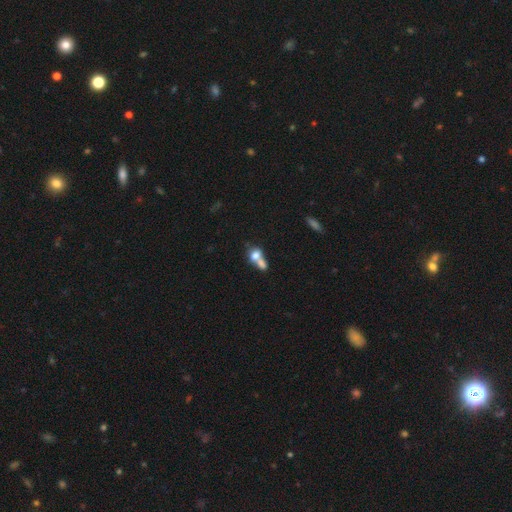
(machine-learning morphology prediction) smooth 70%, featured or disk 20%, star or artifact 10%. Down the decision tree: how rounded — in between (51%); merging — merger (68%).